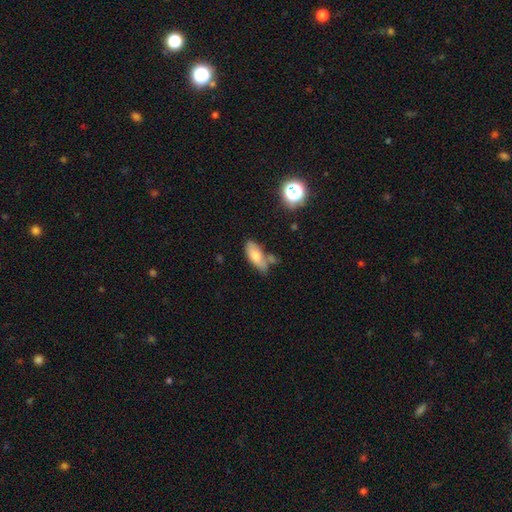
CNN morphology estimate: smooth-or-featured: smooth: 76% | featured or disk: 16% | star or artifact: 8%
  how-rounded: in between: 80% | cigar-shaped: 18% | round: 3%
  merging: none: 50% | minor disturbance: 25% | merger: 17% | major disturbance: 7%